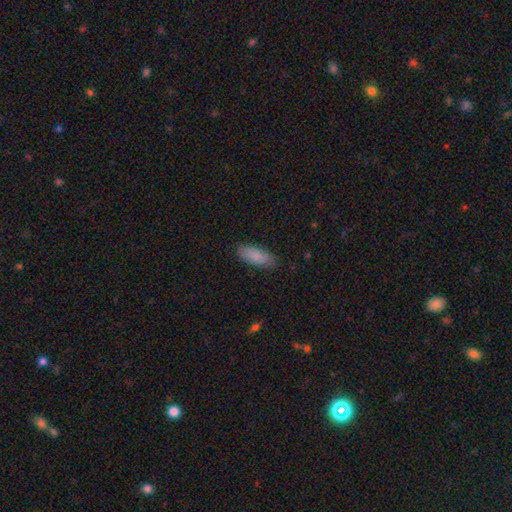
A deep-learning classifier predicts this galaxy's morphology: smooth-or-featured: smooth: 86% | featured or disk: 8% | star or artifact: 6%
  how-rounded: in between: 76% | cigar-shaped: 22% | round: 2%
  merging: none: 86% | minor disturbance: 11% | major disturbance: 2% | merger: 1%